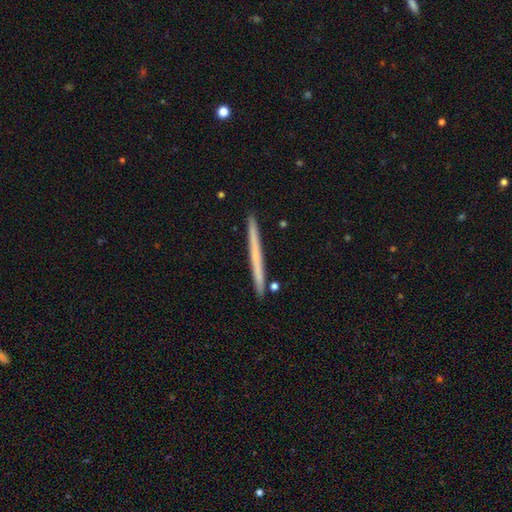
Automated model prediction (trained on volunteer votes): The model was most divided on "smooth or featured": smooth: 51%, featured or disk: 44%, star or artifact: 5%. More confident: how rounded — cigar-shaped (97%); merging — none (91%).